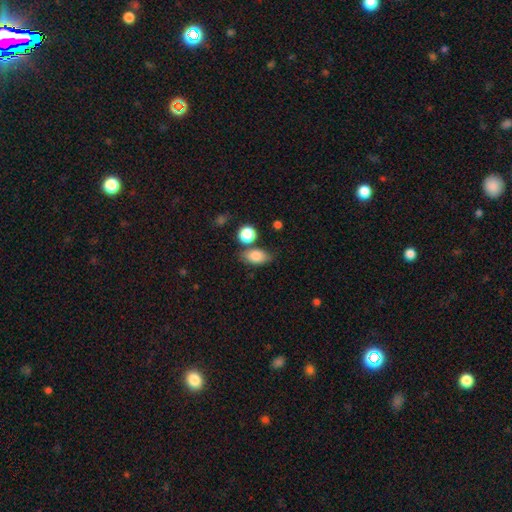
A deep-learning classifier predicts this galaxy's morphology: type=smooth (83%); roundness=in between (85%); merging=none (67%).